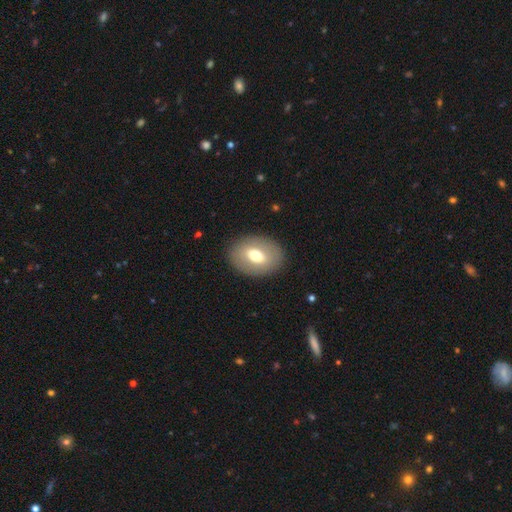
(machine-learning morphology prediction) A smooth galaxy with no disk features (64%) that is in between round and cigar-shaped (74%).

Vote fractions:
- Smooth or featured? smooth: 64% / featured or disk: 28% / star or artifact: 8%
- How rounded? in between: 74% / round: 24% / cigar-shaped: 1%
- Merging? none: 87% / minor disturbance: 9% / major disturbance: 4% / merger: 1%